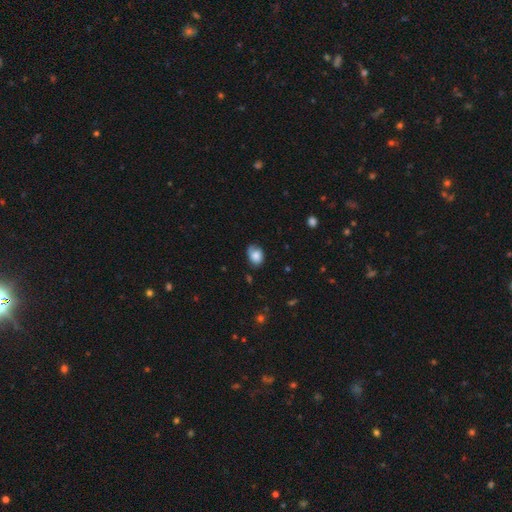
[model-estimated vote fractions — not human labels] Smooth or featured? smooth (71%)
How rounded? in between (67%)
Merging? none (53%)